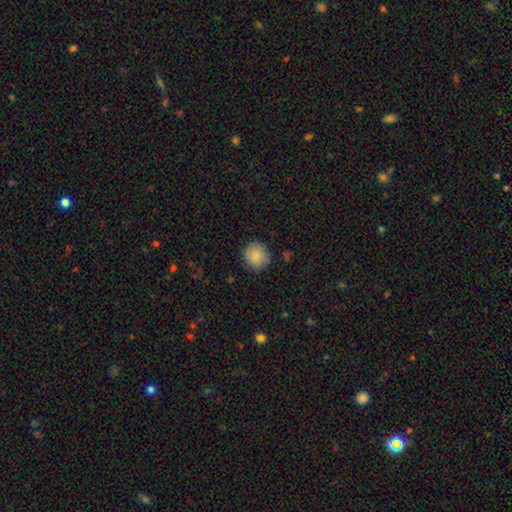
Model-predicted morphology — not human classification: This is clearly a smooth galaxy (85%). How rounded: clearly round (91%). Merging: clearly none (86%).